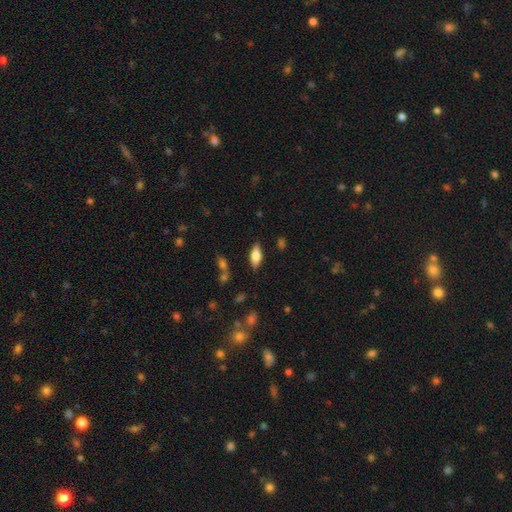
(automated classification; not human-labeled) The model was most divided on "smooth or featured": smooth: 54%, featured or disk: 38%, star or artifact: 8%. More confident: merging — none (83%); how rounded — in between (74%).